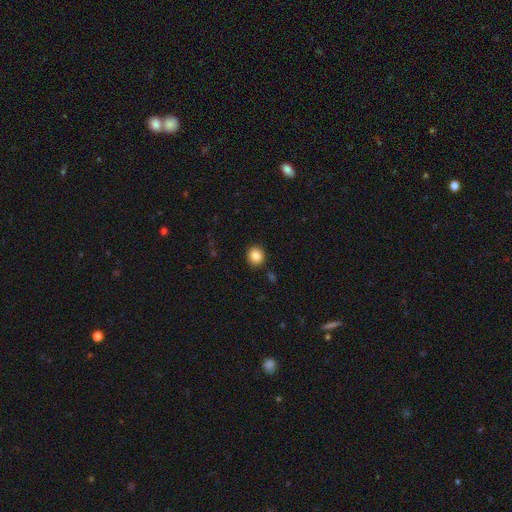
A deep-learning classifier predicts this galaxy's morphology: smooth_or_featured: smooth (p=0.86) [alt: star or artifact p=0.09]
how_rounded: round (p=0.84) [alt: in between p=0.15]
merging: none (p=0.90) [alt: minor disturbance p=0.06]